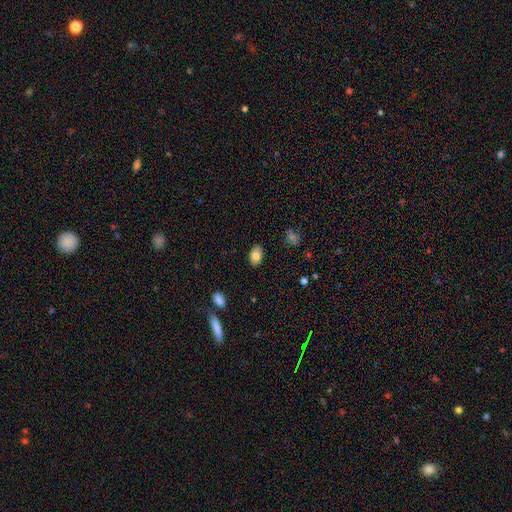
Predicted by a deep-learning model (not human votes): Morphology: type=smooth (81%); roundness=in between (89%); merging=none (87%).